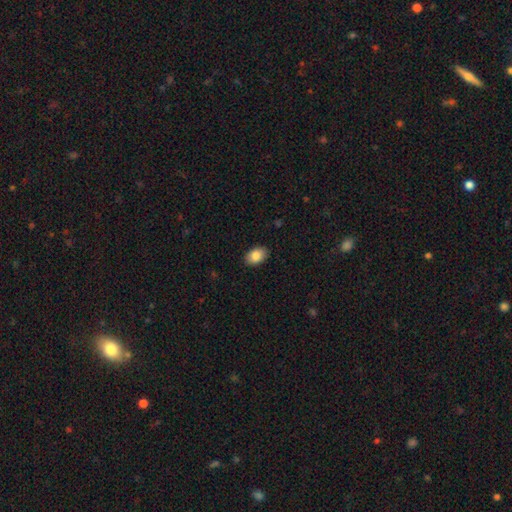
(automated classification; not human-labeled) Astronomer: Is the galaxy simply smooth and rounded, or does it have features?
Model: smooth — 86%.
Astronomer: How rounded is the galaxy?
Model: in between — 89%.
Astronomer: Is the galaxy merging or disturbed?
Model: none — 89%.